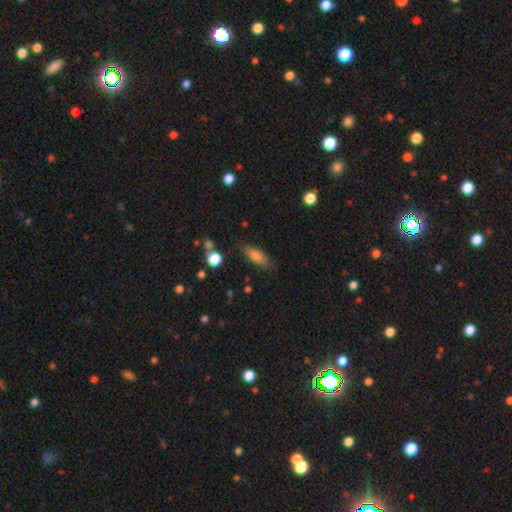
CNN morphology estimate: A smooth galaxy with no disk features (77%) that is in between round and cigar-shaped (64%). Merging: none (78%).